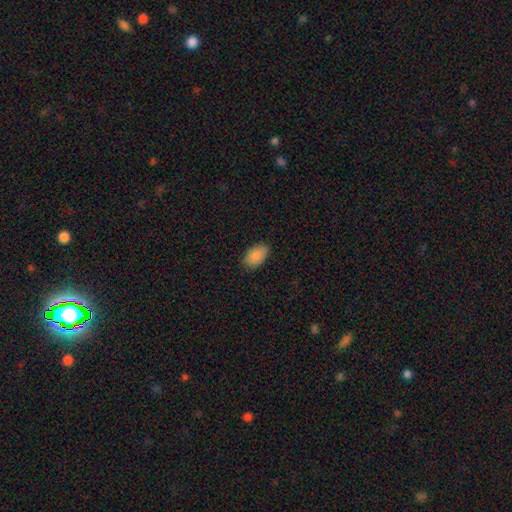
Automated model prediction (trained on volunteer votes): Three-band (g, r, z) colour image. It shows a smooth galaxy with no disk features (89%) that is in between round and cigar-shaped (92%). Merging: none (84%).